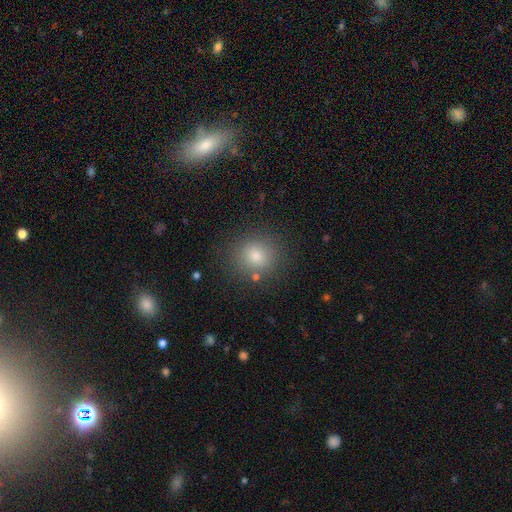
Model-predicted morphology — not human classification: Smooth or featured? smooth (78%)
How rounded? round (79%)
Merging? none (84%)